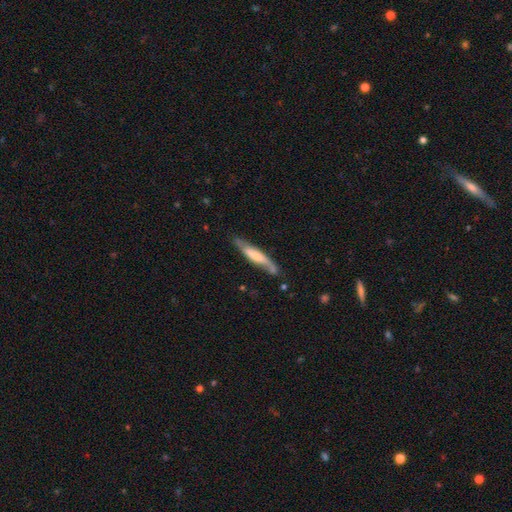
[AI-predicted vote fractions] Smooth or featured? featured or disk (52%)
Edge-on disk? yes (60%)
Merging? none (68%)